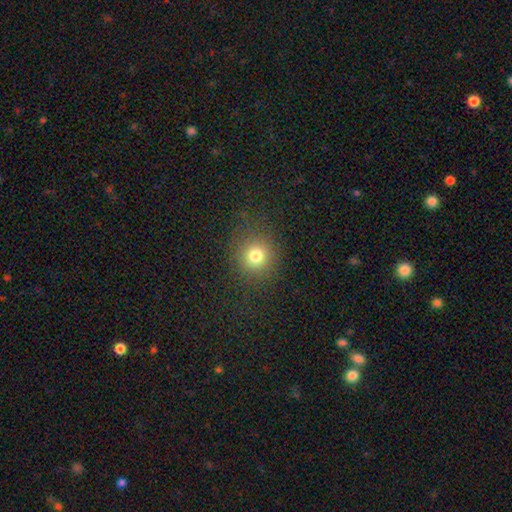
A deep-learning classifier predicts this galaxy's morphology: Smooth or featured? Predicted: smooth (p=0.77). How rounded? Predicted: round (p=0.91). Merging? Predicted: none (p=0.85).